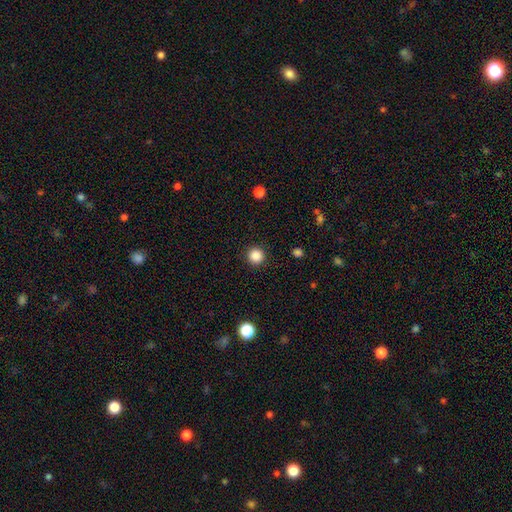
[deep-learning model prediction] smooth-or-featured: smooth: 86% | star or artifact: 11% | featured or disk: 3%
  how-rounded: round: 95% | in between: 4% | cigar-shaped: 1%
  merging: none: 92% | minor disturbance: 5% | major disturbance: 2% | merger: 1%